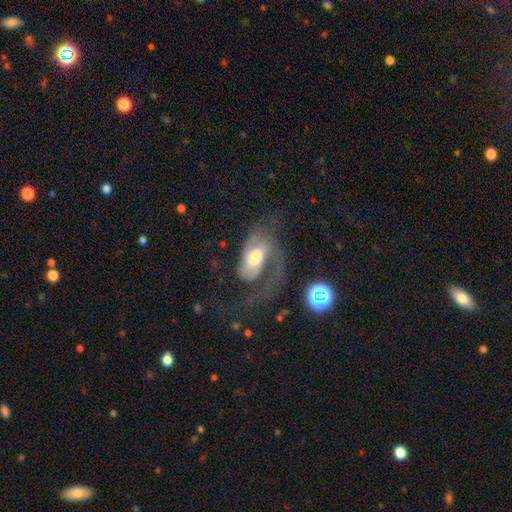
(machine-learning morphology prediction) smooth_or_featured: featured or disk (p=0.76) [alt: smooth p=0.16]
disk_edge_on: no (p=0.96) [alt: yes p=0.04]
bar: no (p=0.45) [alt: weak p=0.41]
has_spiral_arms: yes (p=0.91) [alt: no p=0.09]
spiral_winding: medium (p=0.44) [alt: loose p=0.37]
spiral_arm_count: 1 (p=0.51) [alt: 2 p=0.33]
bulge_size: moderate (p=0.61) [alt: large p=0.21]
merging: major disturbance (p=0.47) [alt: none p=0.33]